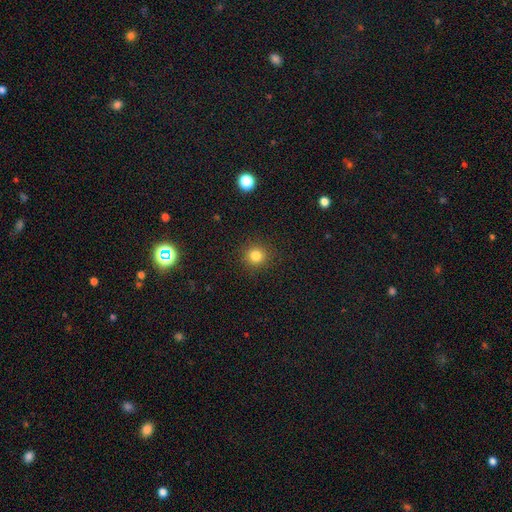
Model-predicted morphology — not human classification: Q: Smooth or featured?
A: smooth (82%); runner-up: star or artifact (13%)
Q: How rounded?
A: round (93%); runner-up: in between (7%)
Q: Merging?
A: none (91%); runner-up: minor disturbance (6%)